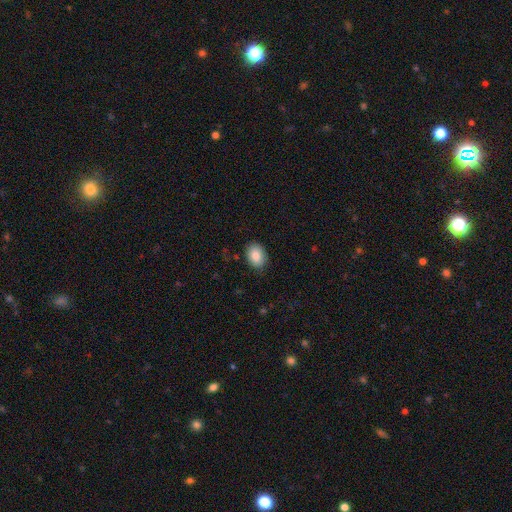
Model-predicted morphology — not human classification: Smooth or featured? Predicted: smooth (p=0.87). How rounded? Predicted: in between (p=0.77). Merging? Predicted: none (p=0.83).